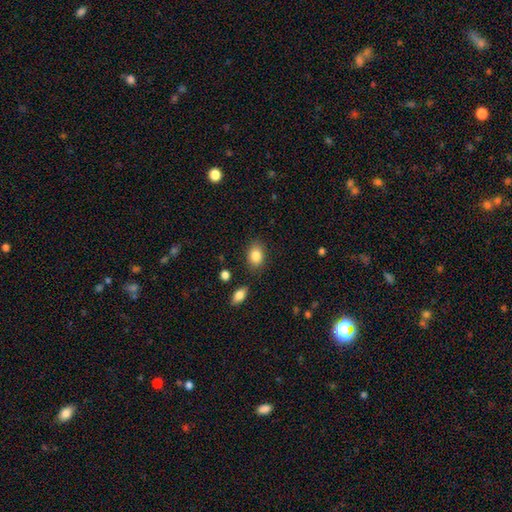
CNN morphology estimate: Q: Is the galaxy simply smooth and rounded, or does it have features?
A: smooth — 84%.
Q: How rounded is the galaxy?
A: in between — 74%.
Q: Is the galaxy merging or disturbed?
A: none — 82%.